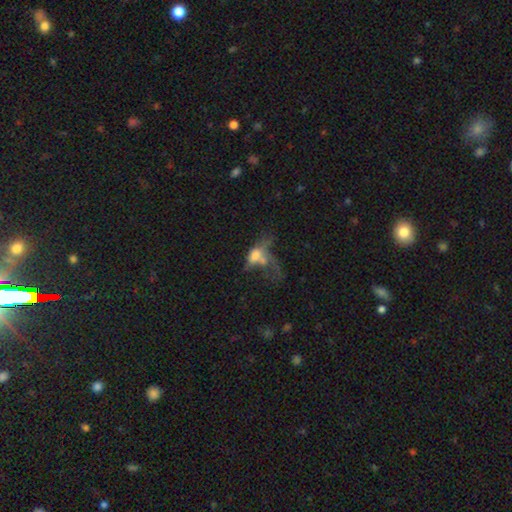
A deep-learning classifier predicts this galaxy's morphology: smooth_or_featured: smooth (p=0.46) [alt: featured or disk p=0.40]
merging: major disturbance (p=0.38) [alt: merger p=0.37]